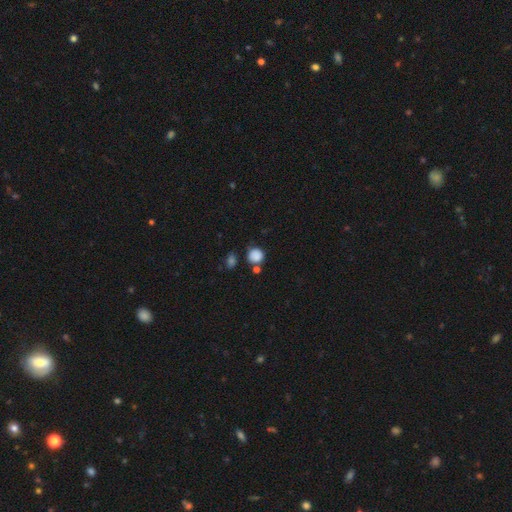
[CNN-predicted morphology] smooth-or-featured: smooth: 84% | star or artifact: 11% | featured or disk: 5%
  how-rounded: round: 88% | in between: 11% | cigar-shaped: 1%
  merging: none: 68% | minor disturbance: 14% | merger: 13% | major disturbance: 5%